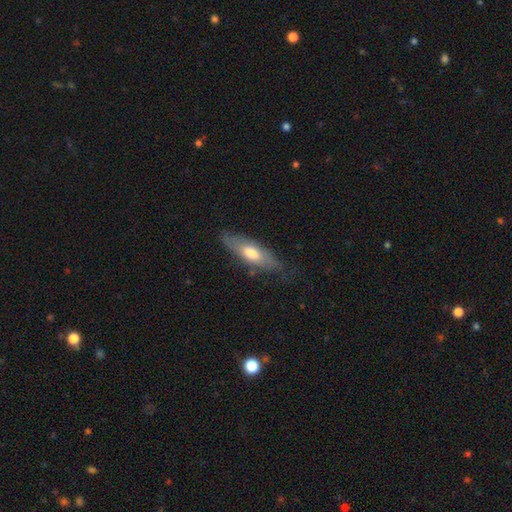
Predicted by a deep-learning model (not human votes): Q: Smooth or featured?
A: smooth (53%); runner-up: featured or disk (40%)
Q: How rounded?
A: in between (50%); runner-up: cigar-shaped (47%)
Q: Merging?
A: none (74%); runner-up: minor disturbance (20%)